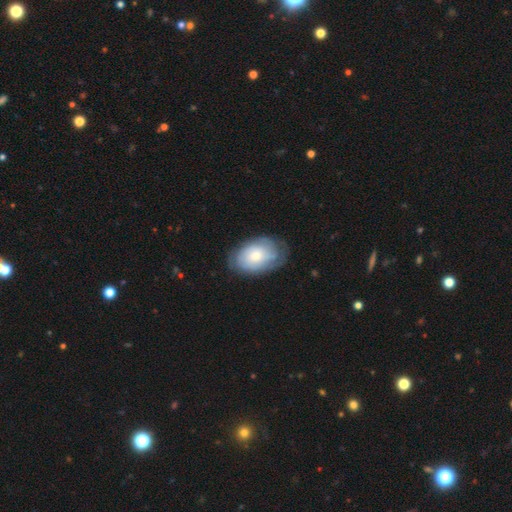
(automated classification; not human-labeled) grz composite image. It shows a smooth galaxy with no disk features (51%) that is in between round and cigar-shaped (84%). Merging: none (68%).